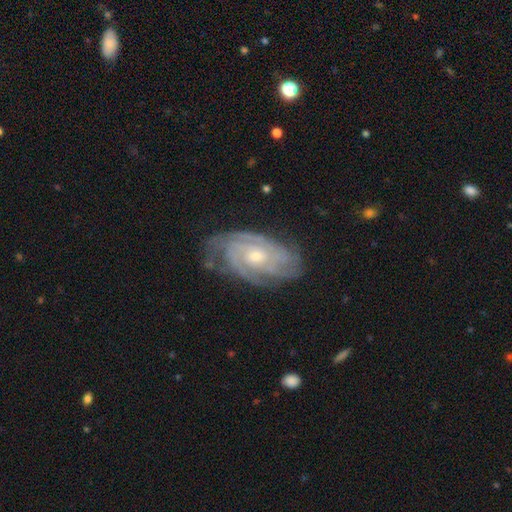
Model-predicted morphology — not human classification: Smooth or featured: featured or disk — 87% (smooth — 8%)
Edge-on disk: no — 95% (yes — 5%)
Bar: no — 71% (weak — 24%)
Spiral arms: yes — 97% (no — 3%)
Spiral winding: tight — 73% (medium — 23%)
Spiral arm count: can't tell — 31% (3 — 22%)
Bulge size: moderate — 48% (tied with small — 48%)
Merging: none — 72% (minor disturbance — 20%)